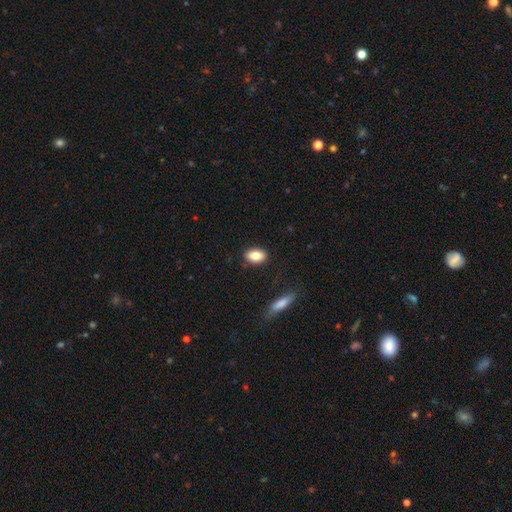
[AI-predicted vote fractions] Smooth or featured? Predicted: smooth (p=0.83). How rounded? Predicted: in between (p=0.87). Merging? Predicted: none (p=0.86).